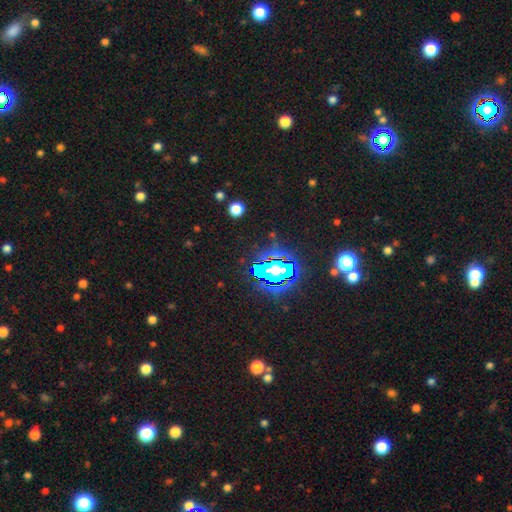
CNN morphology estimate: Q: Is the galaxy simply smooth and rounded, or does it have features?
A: star or artifact — 74%.